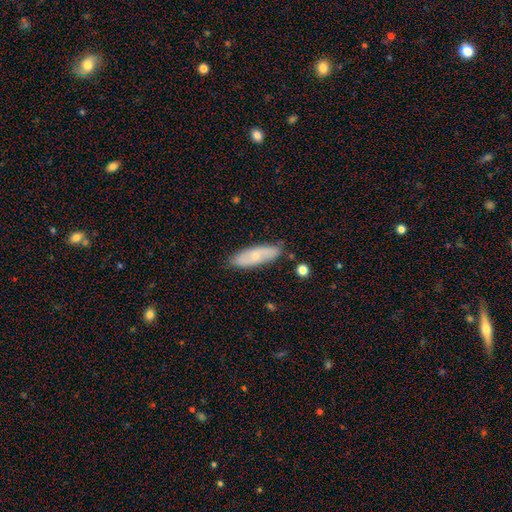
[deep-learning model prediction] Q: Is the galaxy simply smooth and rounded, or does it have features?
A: smooth — 57%.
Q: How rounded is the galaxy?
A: in between — 55%.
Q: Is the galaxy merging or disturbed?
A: none — 82%.